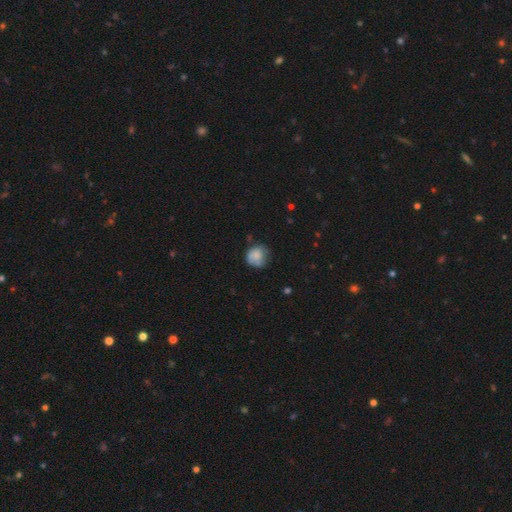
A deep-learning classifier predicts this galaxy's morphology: Smooth or featured: smooth — 74% (featured or disk — 17%)
How rounded: round — 81% (in between — 18%)
Merging: none — 56% (minor disturbance — 28%)